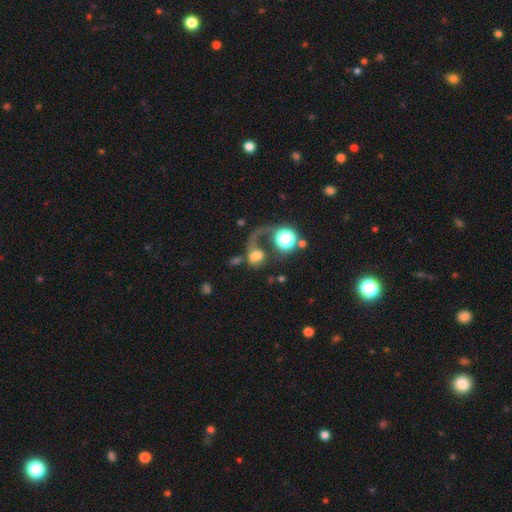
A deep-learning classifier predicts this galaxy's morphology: Smooth or featured? smooth (46%)
Merging? major disturbance (48%)